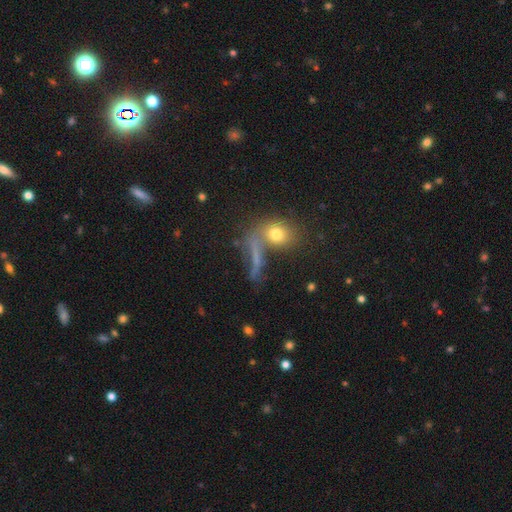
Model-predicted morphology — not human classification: Smooth or featured: smooth — 58% (featured or disk — 23%)
How rounded: round — 37% (in between — 36%)
Merging: none — 51% (merger — 24%)